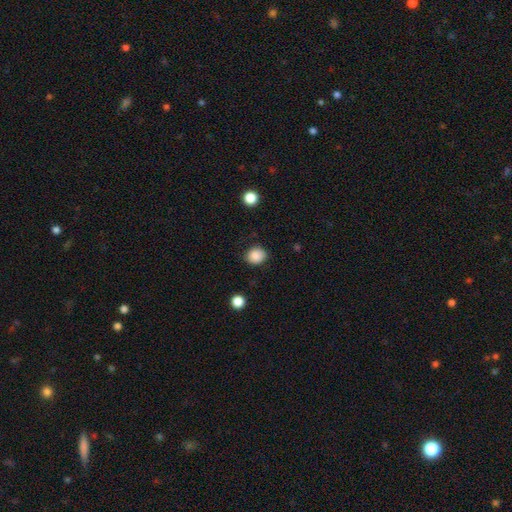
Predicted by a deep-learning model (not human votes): Smooth or featured: smooth — 87% (star or artifact — 9%)
How rounded: round — 73% (in between — 26%)
Merging: none — 84% (minor disturbance — 12%)